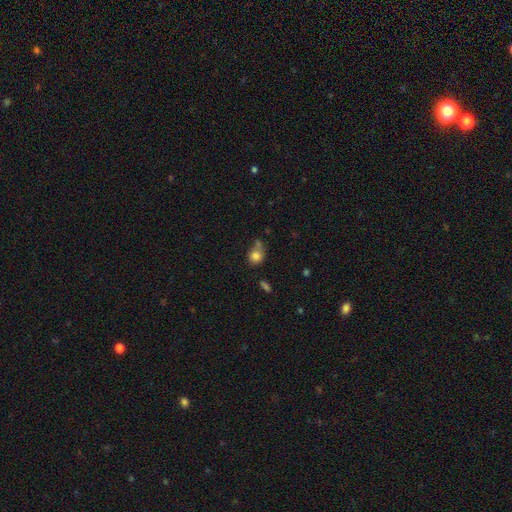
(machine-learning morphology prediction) A smooth galaxy with no disk features (81%) that is round (70%). Merging: none (48%).